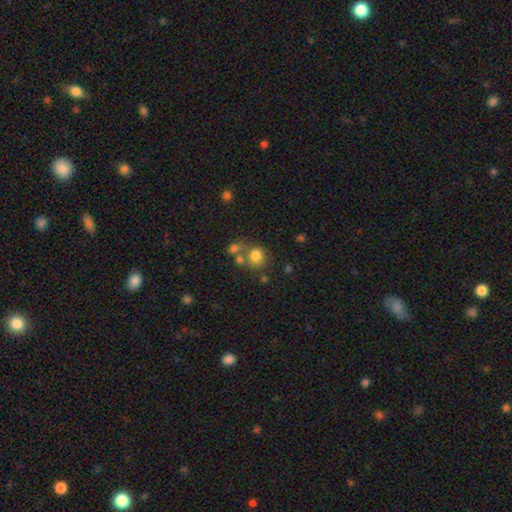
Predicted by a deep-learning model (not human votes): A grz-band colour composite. It shows a smooth galaxy with no disk features (77%) that is round (70%). Merging: none (55%).